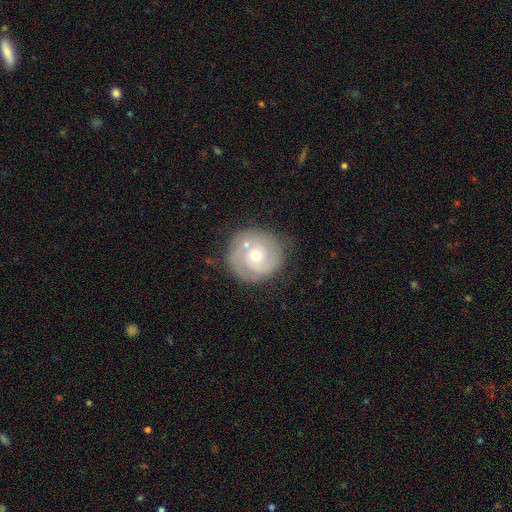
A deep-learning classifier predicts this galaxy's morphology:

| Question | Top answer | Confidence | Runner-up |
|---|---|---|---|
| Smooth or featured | featured or disk | 65% | smooth (27%) |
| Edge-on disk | no | 97% | yes (3%) |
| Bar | no | 78% | weak (19%) |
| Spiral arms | yes | 79% | no (21%) |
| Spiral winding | tight | 63% | medium (27%) |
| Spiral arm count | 2 | 52% | can't tell (25%) |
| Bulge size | moderate | 59% | small (37%) |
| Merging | none | 72% | minor disturbance (15%) |